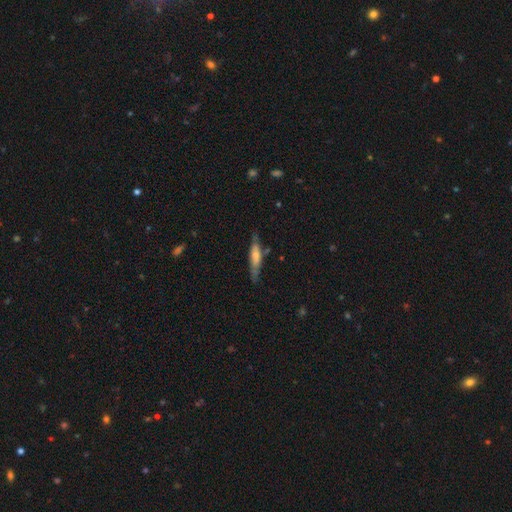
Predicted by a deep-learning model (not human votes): smooth 57%, featured or disk 37%, star or artifact 6%. Down the decision tree: how rounded — cigar-shaped (77%); merging — none (67%).